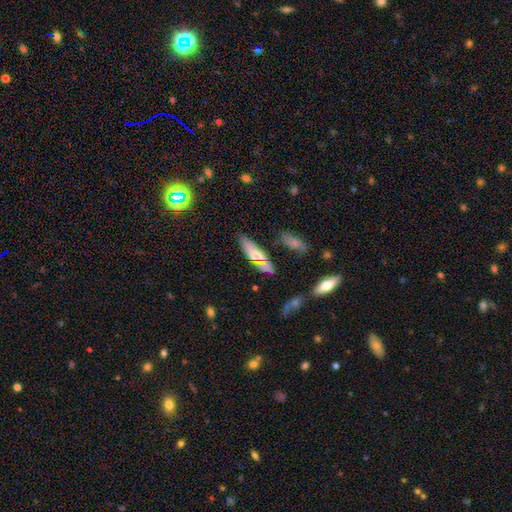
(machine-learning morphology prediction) The model was most divided on "how rounded": cigar-shaped: 54%, in between: 43%, round: 3%. More confident: merging — none (70%); smooth or featured — smooth (53%).